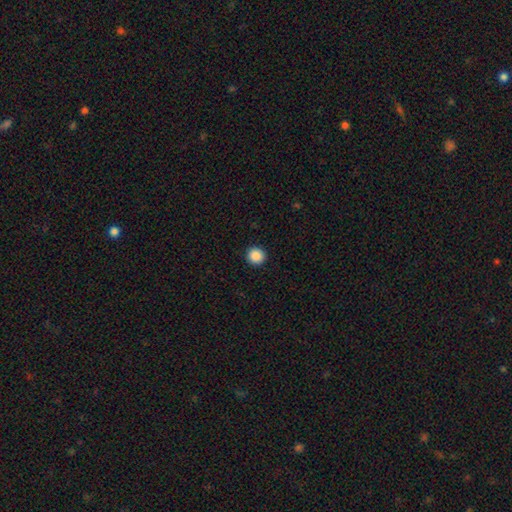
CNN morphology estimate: Q: Smooth or featured?
A: smooth (88%); runner-up: star or artifact (9%)
Q: How rounded?
A: round (94%); runner-up: in between (5%)
Q: Merging?
A: none (93%); runner-up: minor disturbance (5%)